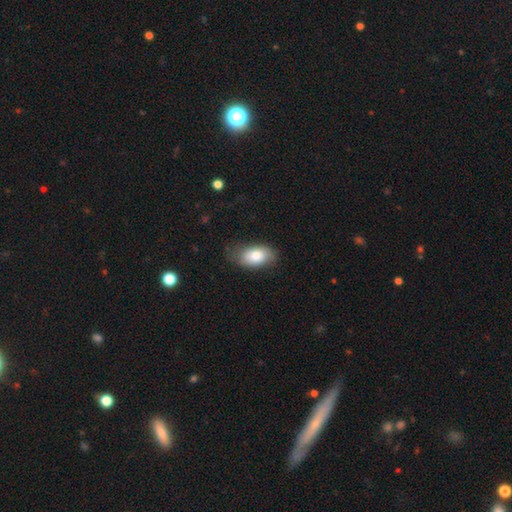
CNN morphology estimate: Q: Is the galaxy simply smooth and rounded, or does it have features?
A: smooth — 81%.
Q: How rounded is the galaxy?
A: in between — 92%.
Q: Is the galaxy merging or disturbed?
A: none — 69%.